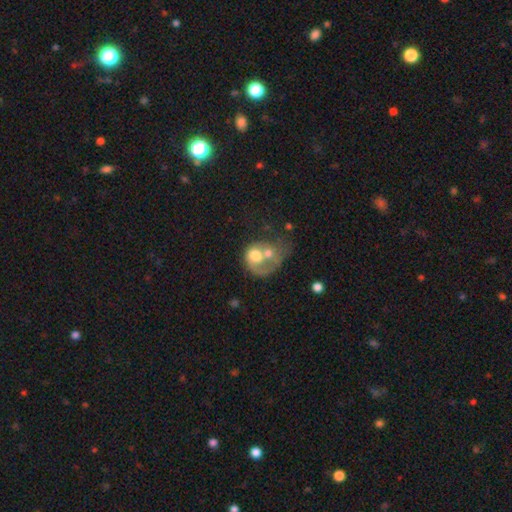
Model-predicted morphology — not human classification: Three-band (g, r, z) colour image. It shows a featured or disk galaxy (49%). Merging: merger (59%).